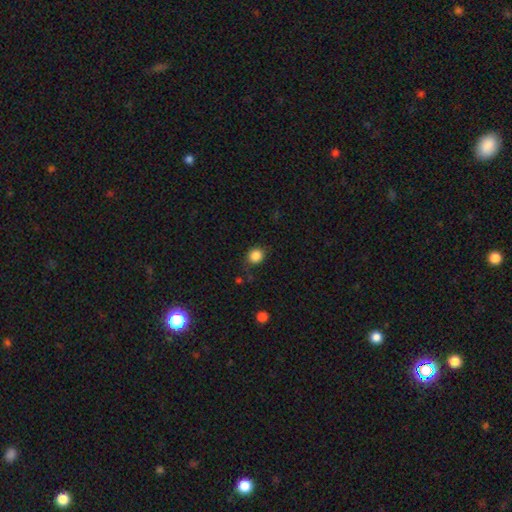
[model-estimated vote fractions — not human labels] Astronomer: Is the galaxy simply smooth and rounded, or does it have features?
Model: smooth — 85%.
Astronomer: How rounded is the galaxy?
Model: round — 81%.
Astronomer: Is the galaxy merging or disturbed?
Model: none — 80%.